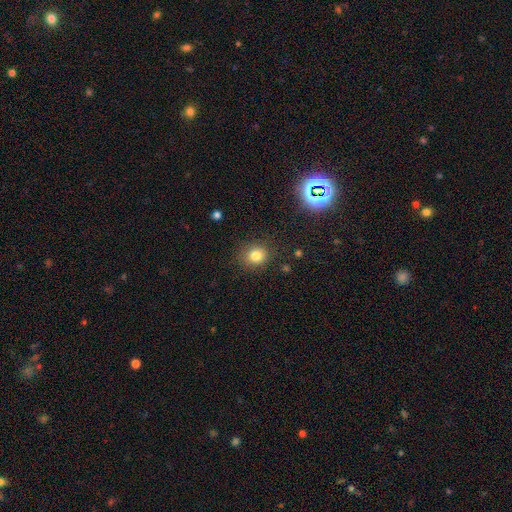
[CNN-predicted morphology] Smooth or featured?
  - smooth: 80% *
  - star or artifact: 14%
  - featured or disk: 7%
How rounded?
  - round: 79% *
  - in between: 20%
  - cigar-shaped: 1%
Merging?
  - none: 85% *
  - minor disturbance: 10%
  - major disturbance: 3%
  - merger: 2%